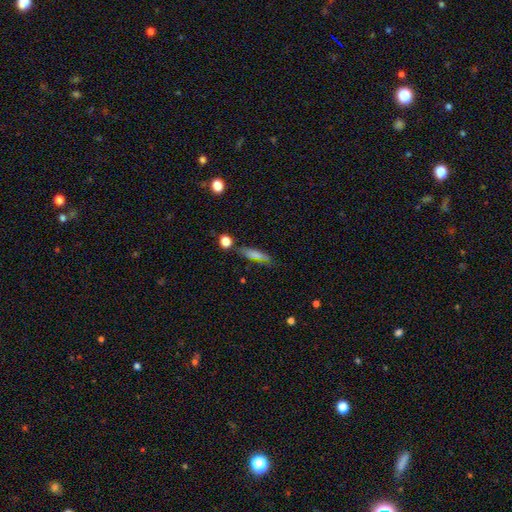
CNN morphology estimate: Smooth or featured? smooth (72%)
How rounded? cigar-shaped (74%)
Merging? none (70%)